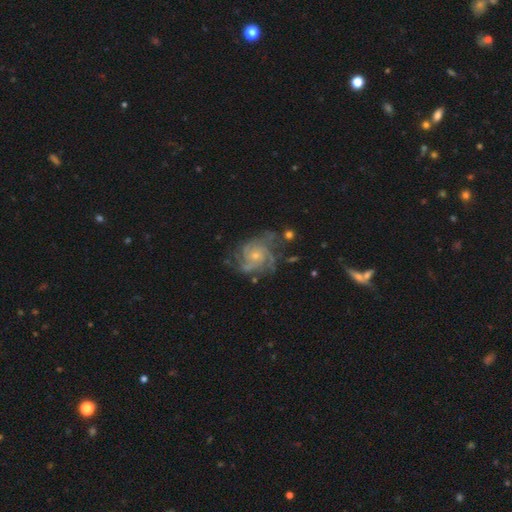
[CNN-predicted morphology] Q: Smooth or featured?
A: featured or disk (88%); runner-up: star or artifact (6%)
Q: Edge-on disk?
A: no (98%); runner-up: yes (2%)
Q: Bar?
A: no (77%); runner-up: weak (20%)
Q: Spiral arms?
A: yes (97%); runner-up: no (3%)
Q: Spiral winding?
A: tight (59%); runner-up: medium (34%)
Q: Spiral arm count?
A: 4 (27%); runner-up: 3 (26%)
Q: Bulge size?
A: small (70%); runner-up: moderate (25%)
Q: Merging?
A: none (65%); runner-up: minor disturbance (20%)